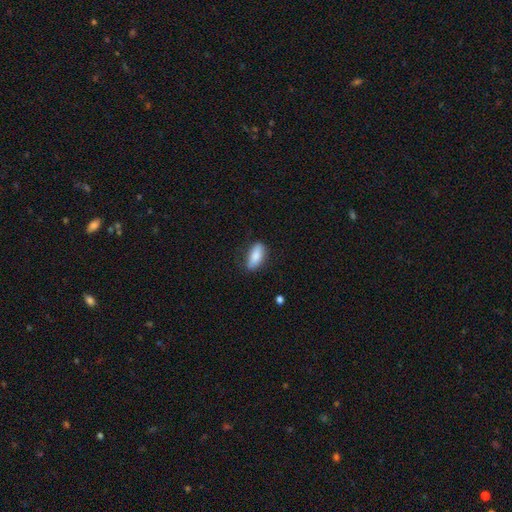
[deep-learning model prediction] Smooth or featured? Predicted: smooth (p=0.83). How rounded? Predicted: in between (p=0.82). Merging? Predicted: none (p=0.77).